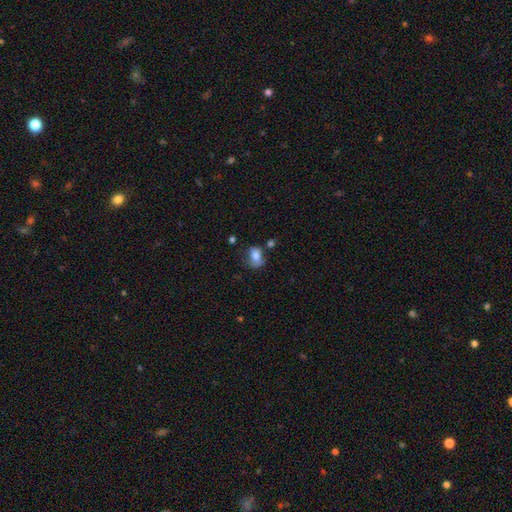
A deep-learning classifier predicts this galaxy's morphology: Overall: smooth (73%). How rounded: in between (70%). Merging: none (38%; minor disturbance 31%).